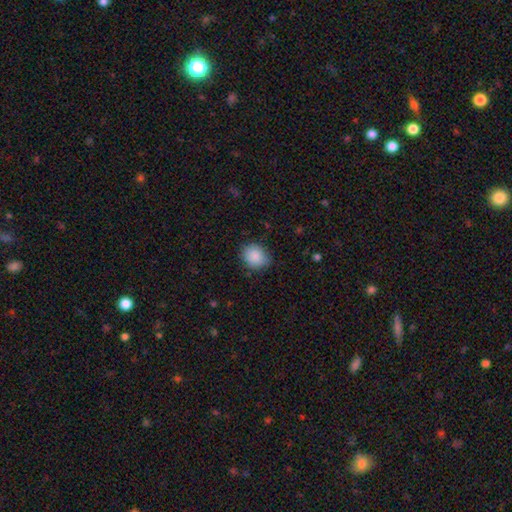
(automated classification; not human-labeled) Smooth or featured? smooth (88%)
How rounded? round (65%)
Merging? none (78%)